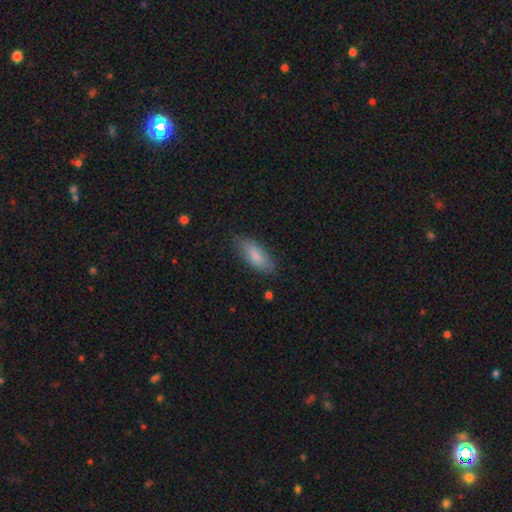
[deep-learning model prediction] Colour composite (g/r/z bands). It shows a smooth galaxy with no disk features (81%) that is in between round and cigar-shaped (79%). Merging: none (74%).